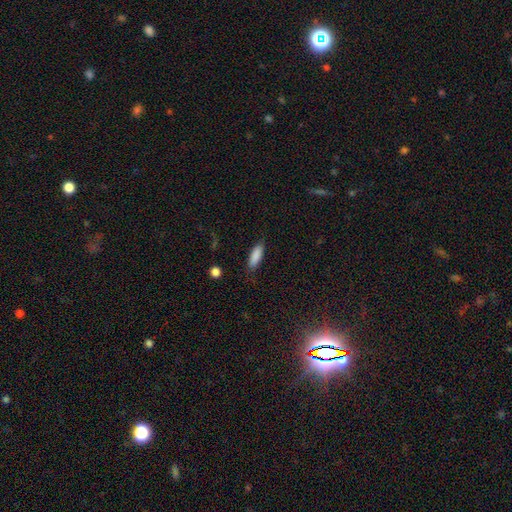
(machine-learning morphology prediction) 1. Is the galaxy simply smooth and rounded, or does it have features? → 87% smooth, 7% featured or disk, 6% star or artifact.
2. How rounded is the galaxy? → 54% in between, 44% cigar-shaped, 2% round.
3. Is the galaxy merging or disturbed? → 82% none, 14% minor disturbance, 3% major disturbance, 1% merger.